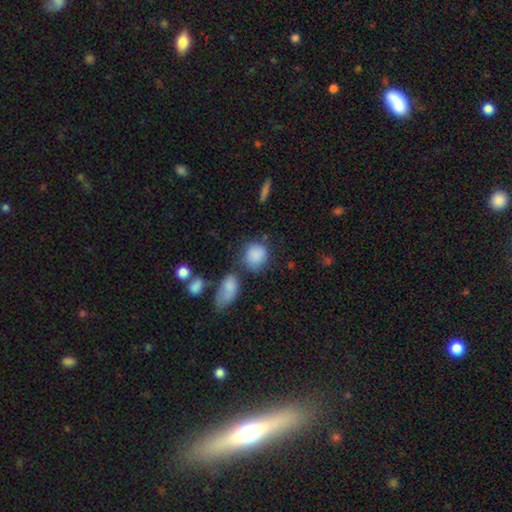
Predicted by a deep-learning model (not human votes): Overall: smooth (85%). How rounded: round (71%). Merging: none (58%).